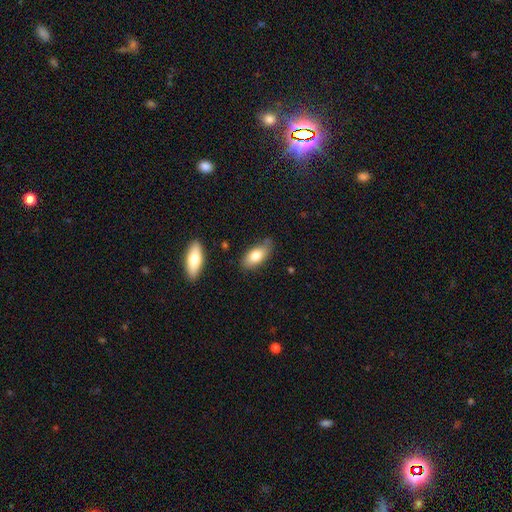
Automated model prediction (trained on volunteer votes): A smooth galaxy with no disk features (78%) that is in between round and cigar-shaped (89%). Merging: none (72%).